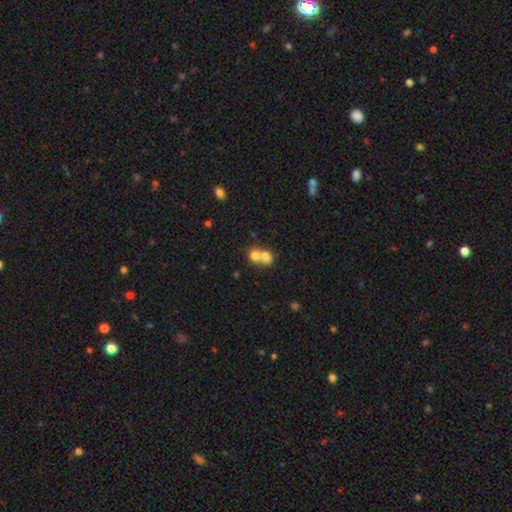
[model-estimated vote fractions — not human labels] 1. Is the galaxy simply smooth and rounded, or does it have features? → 74% smooth, 15% featured or disk, 11% star or artifact.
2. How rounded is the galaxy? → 73% round, 26% in between, 1% cigar-shaped.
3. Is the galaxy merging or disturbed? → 68% merger, 25% none, 5% minor disturbance, 2% major disturbance.